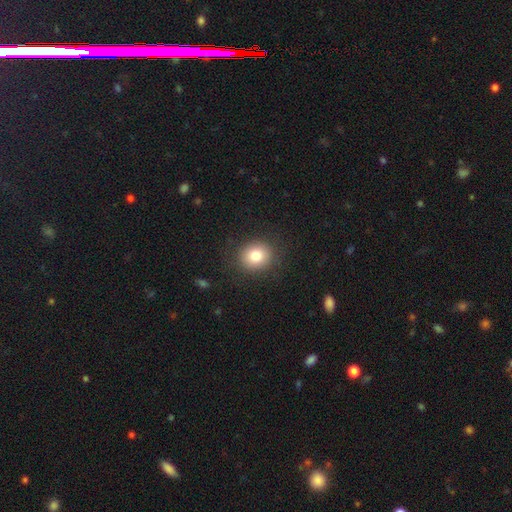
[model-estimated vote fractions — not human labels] This appears to be a smooth galaxy with no disk features (81%) that is round (76%). Merging: none (87%).